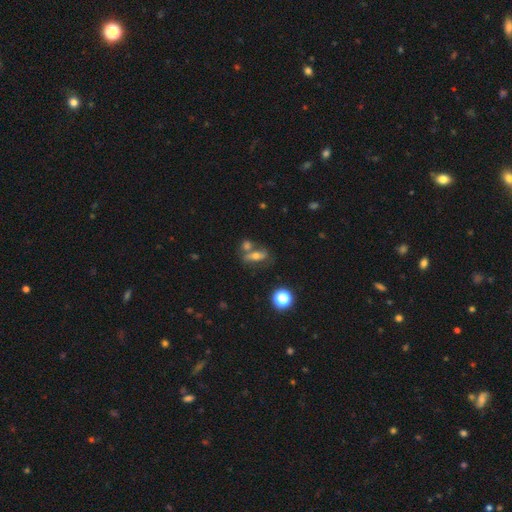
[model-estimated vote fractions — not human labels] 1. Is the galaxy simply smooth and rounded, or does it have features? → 46% smooth, 40% featured or disk, 14% star or artifact.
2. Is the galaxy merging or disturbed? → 51% none, 30% merger, 13% minor disturbance, 6% major disturbance.